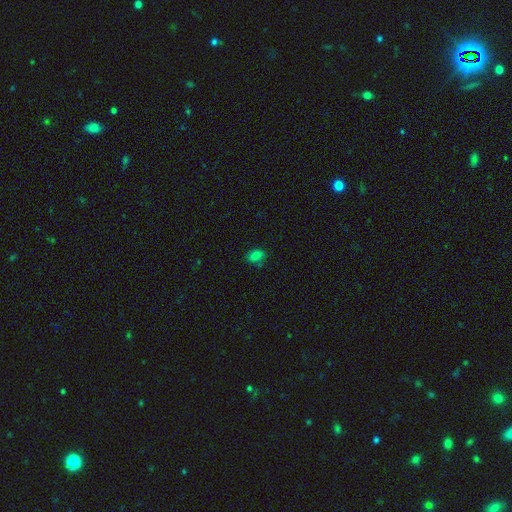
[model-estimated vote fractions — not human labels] The model was most divided on "smooth or featured": smooth: 77%, star or artifact: 18%, featured or disk: 6%. More confident: how rounded — in between (80%); merging — none (76%).